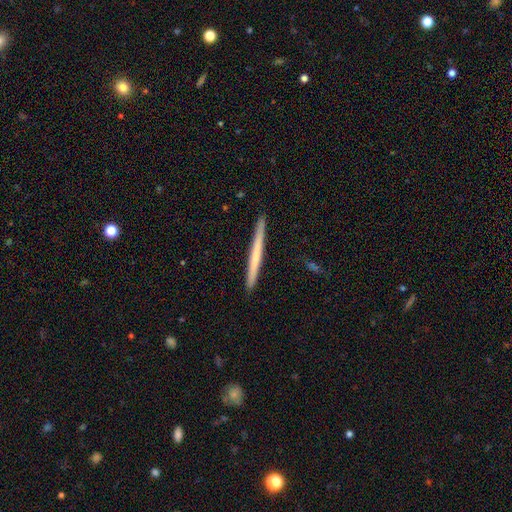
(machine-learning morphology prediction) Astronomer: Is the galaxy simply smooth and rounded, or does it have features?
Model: smooth — 52% (runner-up: featured or disk, 43%).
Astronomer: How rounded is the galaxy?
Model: cigar-shaped — 97%.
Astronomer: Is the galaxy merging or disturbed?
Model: none — 93%.